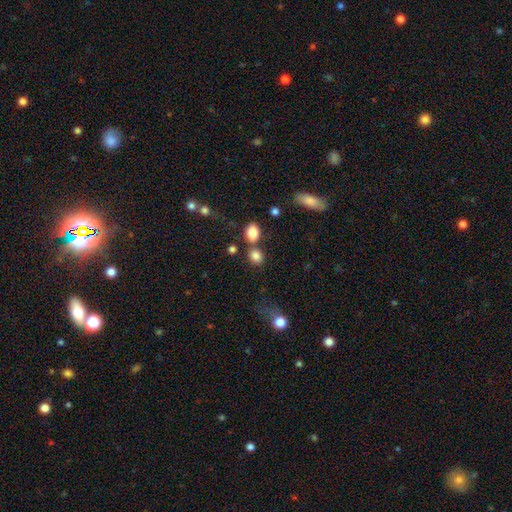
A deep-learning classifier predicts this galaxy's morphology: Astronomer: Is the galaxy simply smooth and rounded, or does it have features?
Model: smooth — 83%.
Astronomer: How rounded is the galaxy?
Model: round — 61% (runner-up: in between, 37%).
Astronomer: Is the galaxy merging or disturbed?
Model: none — 58%.